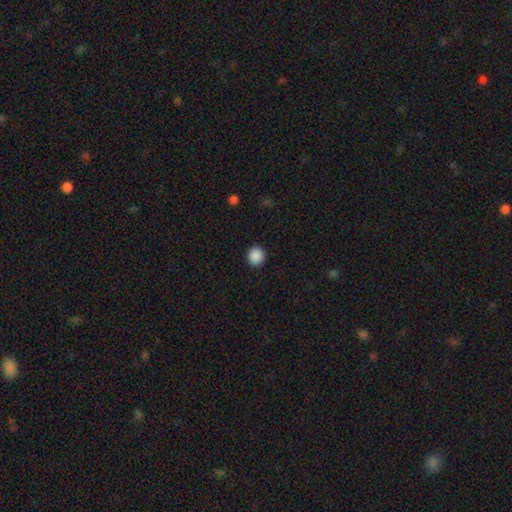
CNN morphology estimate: type=smooth (89%); roundness=round (88%); merging=none (92%).